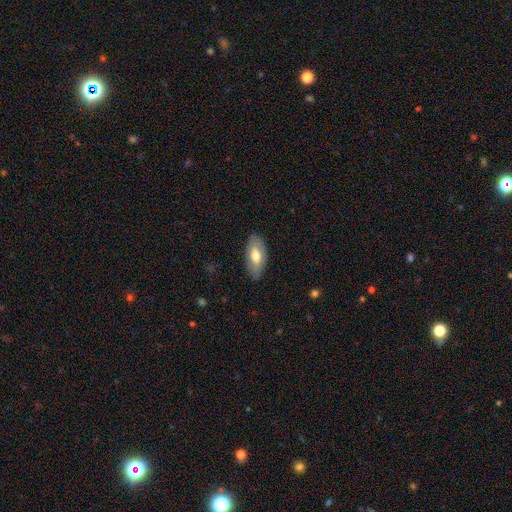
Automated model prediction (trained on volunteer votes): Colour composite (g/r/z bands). It shows a smooth galaxy with no disk features (65%) that is in between round and cigar-shaped (91%). Merging: none (84%).